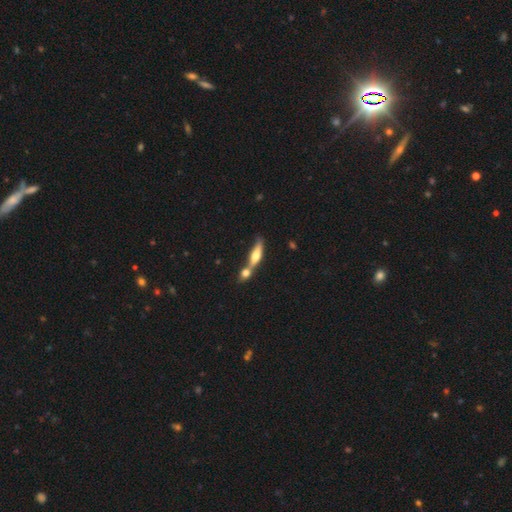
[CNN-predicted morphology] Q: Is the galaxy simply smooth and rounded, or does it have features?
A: smooth — 52%.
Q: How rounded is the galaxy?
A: cigar-shaped — 67%.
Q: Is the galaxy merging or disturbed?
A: merger — 50%.